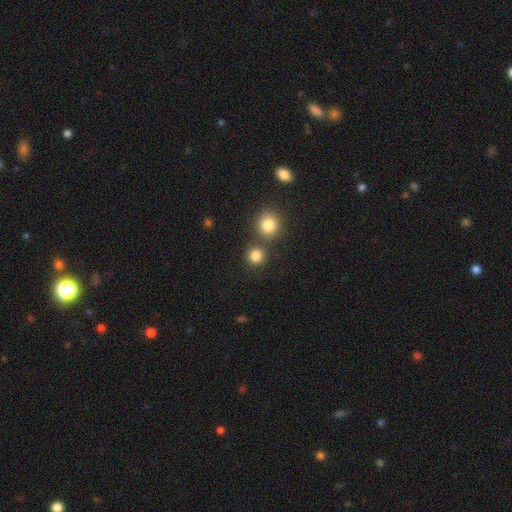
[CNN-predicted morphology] This appears to be a smooth galaxy with no disk features (82%) that is round (91%). Merging: none (75%).